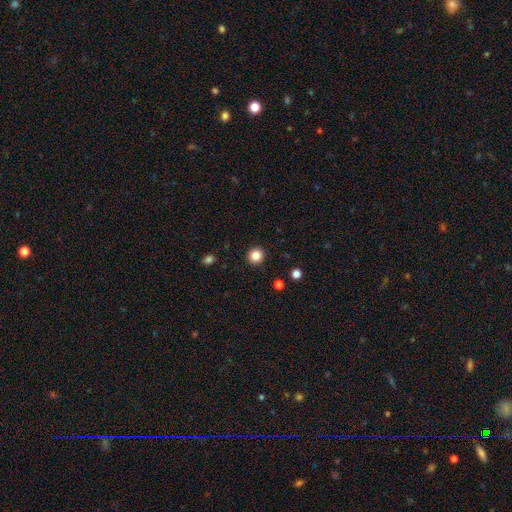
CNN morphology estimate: type=smooth (86%); roundness=round (94%); merging=none (93%).